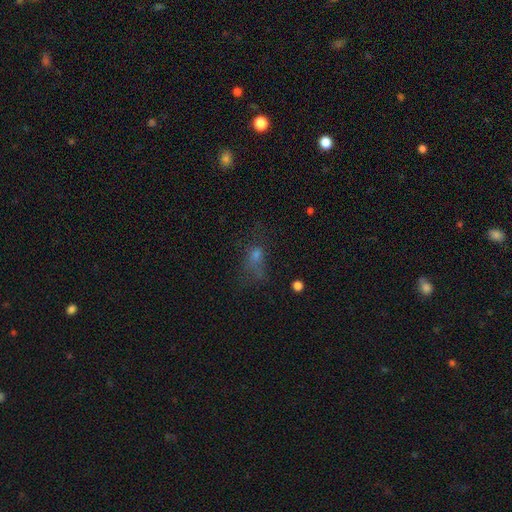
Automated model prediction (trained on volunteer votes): Smooth or featured? smooth (50%)
How rounded? in between (64%)
Merging? none (40%)